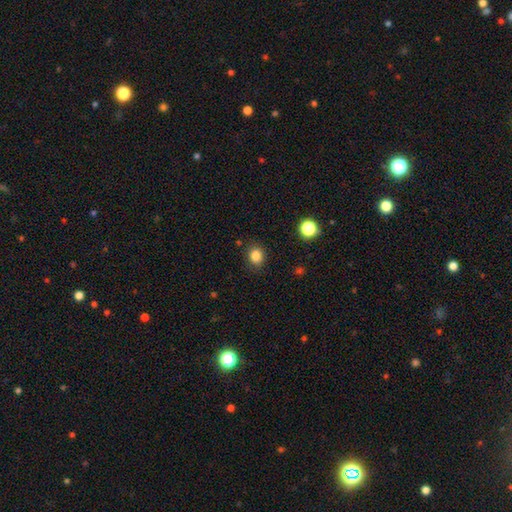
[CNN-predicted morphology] Smooth or featured?
  - smooth: 84% *
  - star or artifact: 12%
  - featured or disk: 5%
How rounded?
  - round: 64% *
  - in between: 36%
  - cigar-shaped: 1%
Merging?
  - none: 86% *
  - minor disturbance: 10%
  - major disturbance: 3%
  - merger: 1%